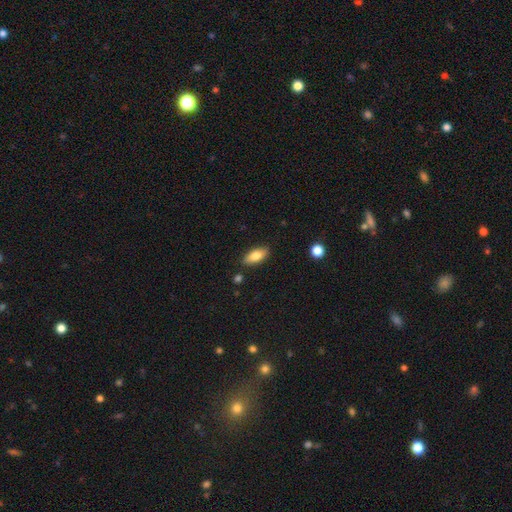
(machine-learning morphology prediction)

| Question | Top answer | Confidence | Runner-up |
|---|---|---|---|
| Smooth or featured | smooth | 78% | featured or disk (15%) |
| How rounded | in between | 83% | cigar-shaped (14%) |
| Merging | none | 84% | minor disturbance (12%) |